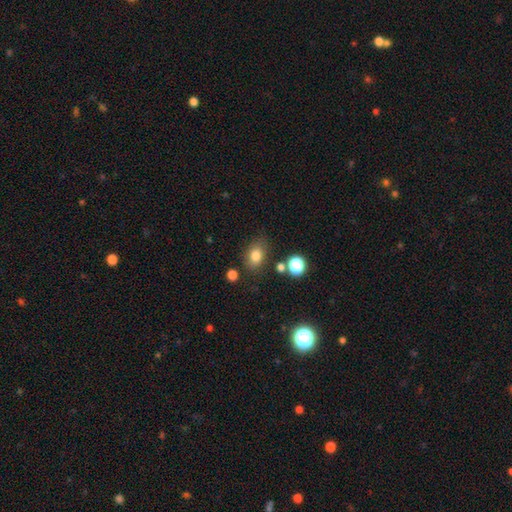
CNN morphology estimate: This appears to be a smooth galaxy with no disk features (80%) that is in between round and cigar-shaped (70%). Merging: none (75%).